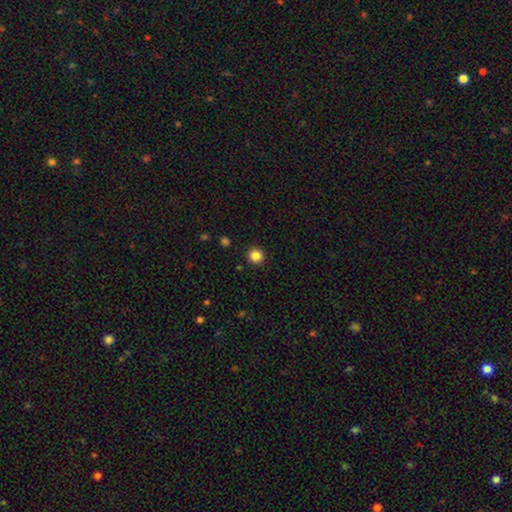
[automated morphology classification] The model was most divided on "smooth or featured": smooth: 85%, star or artifact: 11%, featured or disk: 4%. More confident: how rounded — round (93%); merging — none (92%).